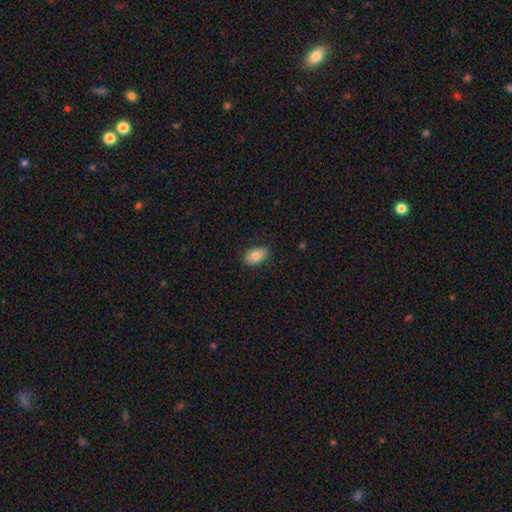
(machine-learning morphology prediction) The model was most divided on "smooth or featured": smooth: 81%, featured or disk: 12%, star or artifact: 7%. More confident: how rounded — in between (88%); merging — none (85%).